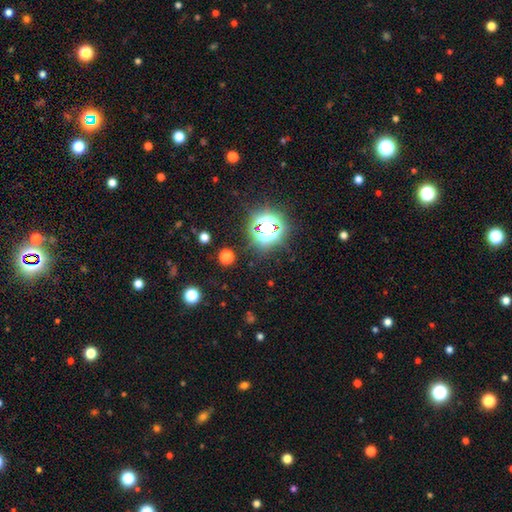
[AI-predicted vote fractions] Morphology: type=star or artifact (77%).